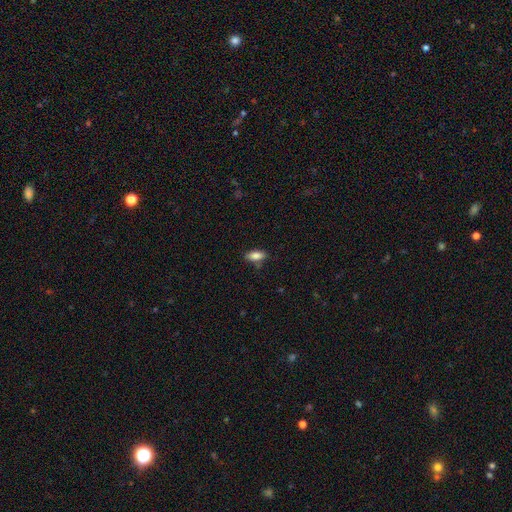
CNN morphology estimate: smooth 85%, star or artifact 8%, featured or disk 7%. Down the decision tree: how rounded — in between (86%); merging — none (78%).